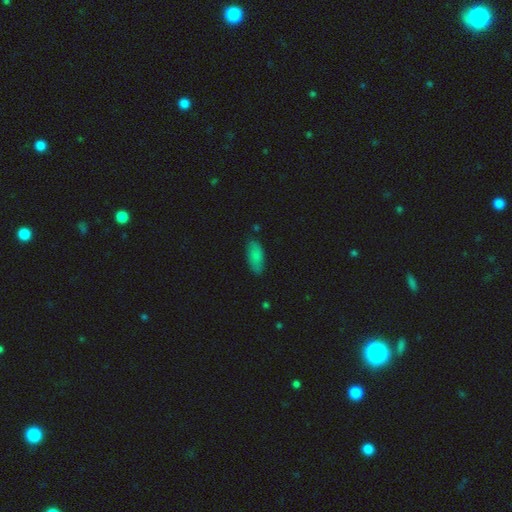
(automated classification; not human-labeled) A smooth galaxy with no disk features (83%) that is in between round and cigar-shaped (86%).

Vote fractions:
- Smooth or featured? smooth: 83% / featured or disk: 9% / star or artifact: 8%
- How rounded? in between: 86% / cigar-shaped: 12% / round: 2%
- Merging? none: 81% / minor disturbance: 15% / major disturbance: 3% / merger: 2%